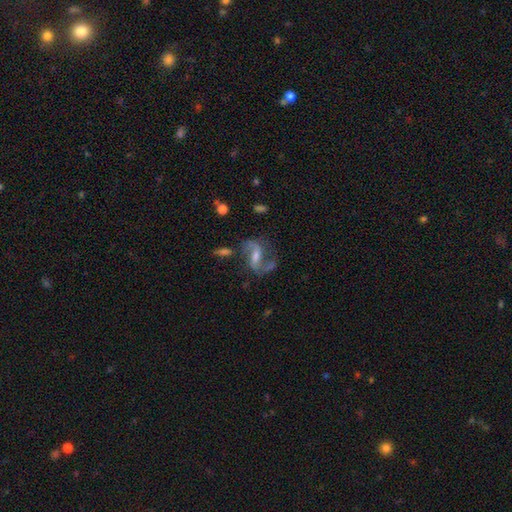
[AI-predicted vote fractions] Smooth or featured: featured or disk — 81% (smooth — 10%)
Edge-on disk: no — 95% (yes — 5%)
Bar: weak — 44% (strong — 34%)
Spiral arms: yes — 93% (no — 7%)
Spiral winding: loose — 51% (medium — 39%)
Spiral arm count: 2 — 89% (can't tell — 4%)
Bulge size: moderate — 45% (small — 40%)
Merging: none — 60% (minor disturbance — 17%)